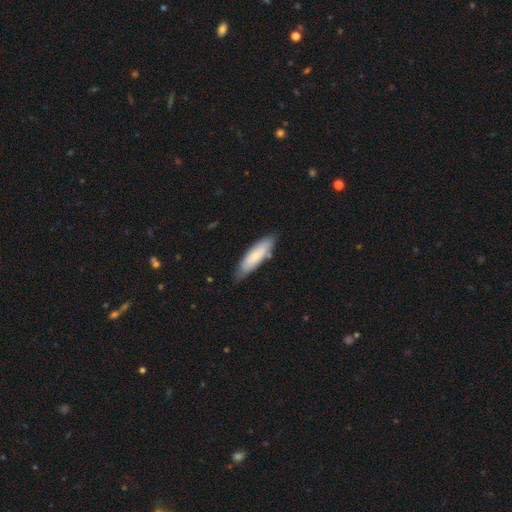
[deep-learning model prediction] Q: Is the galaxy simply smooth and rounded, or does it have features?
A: smooth — 69%.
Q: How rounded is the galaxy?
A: cigar-shaped — 58%.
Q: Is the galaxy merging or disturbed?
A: none — 76%.